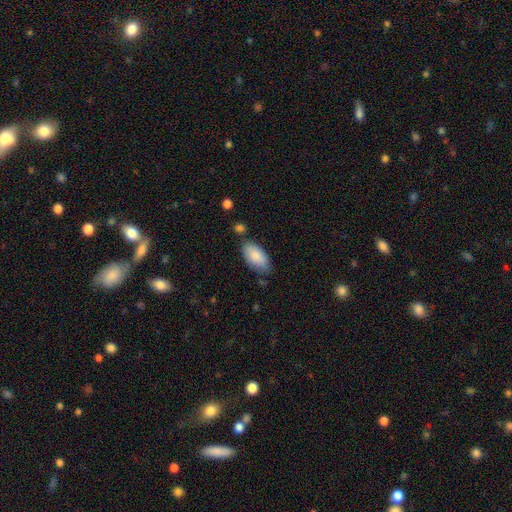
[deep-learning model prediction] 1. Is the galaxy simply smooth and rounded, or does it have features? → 84% smooth, 10% featured or disk, 6% star or artifact.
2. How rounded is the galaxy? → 94% in between, 4% cigar-shaped, 2% round.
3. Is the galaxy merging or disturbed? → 70% none, 20% minor disturbance, 6% merger, 4% major disturbance.